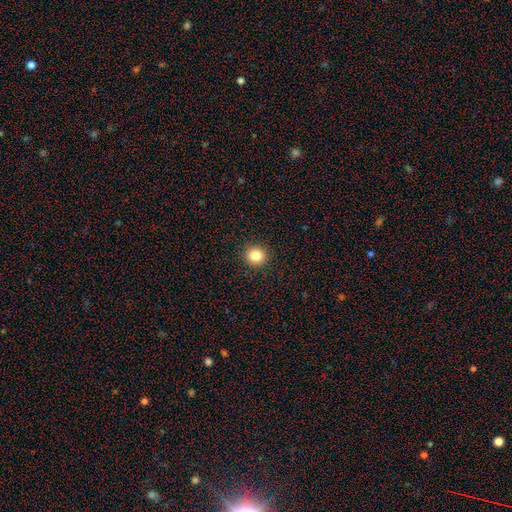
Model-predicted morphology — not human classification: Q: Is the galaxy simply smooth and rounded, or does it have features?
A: smooth — 84%.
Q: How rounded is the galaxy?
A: round — 90%.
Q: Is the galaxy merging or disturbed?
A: none — 92%.